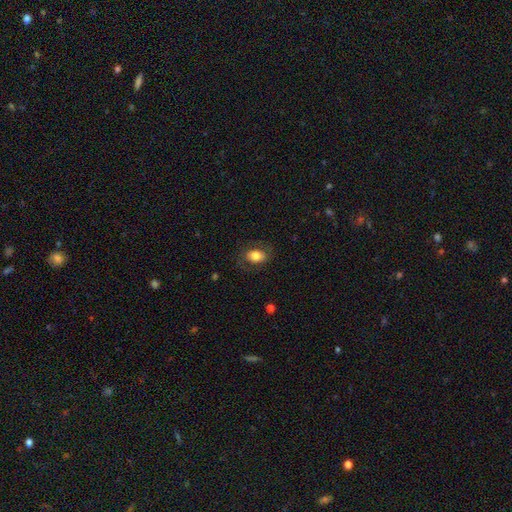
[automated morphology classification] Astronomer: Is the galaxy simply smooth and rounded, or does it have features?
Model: smooth — 73%.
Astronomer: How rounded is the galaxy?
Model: in between — 80%.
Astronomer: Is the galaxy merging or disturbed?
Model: none — 75%.